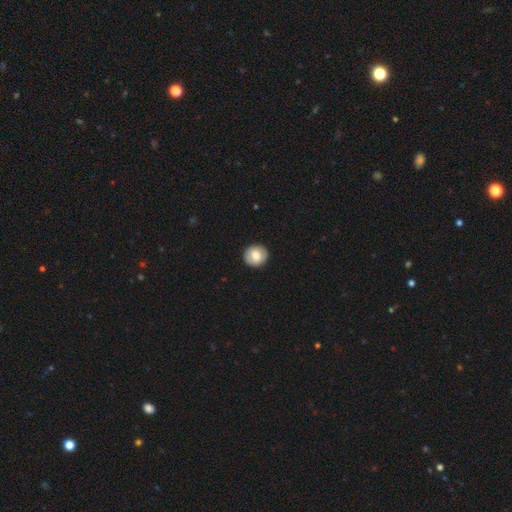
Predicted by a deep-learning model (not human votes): smooth 75%, featured or disk 18%, star or artifact 7%. Down the decision tree: how rounded — round (84%); merging — none (90%).